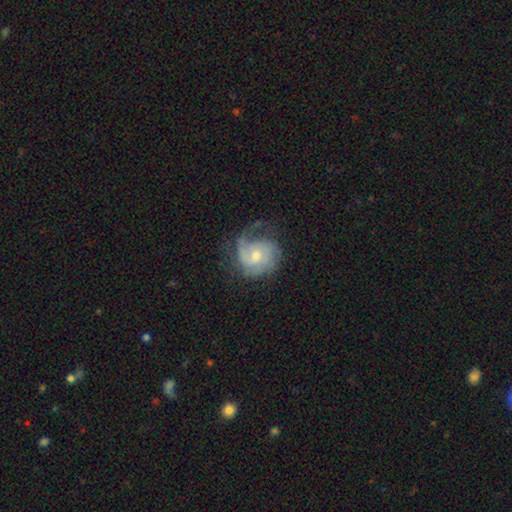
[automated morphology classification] Smooth or featured: featured or disk — 77% (smooth — 17%)
Edge-on disk: no — 98% (yes — 2%)
Bar: no — 65% (weak — 30%)
Spiral arms: yes — 93% (no — 7%)
Spiral winding: tight — 43% (medium — 37%)
Spiral arm count: 2 — 35% (1 — 29%)
Bulge size: moderate — 52% (small — 43%)
Merging: none — 56% (minor disturbance — 23%)